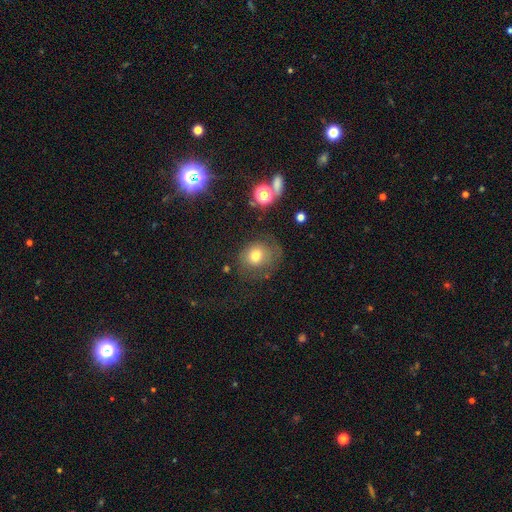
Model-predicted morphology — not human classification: Overall: smooth (65%). How rounded: round (69%; in between 30%). Merging: none (56%; minor disturbance 22%).